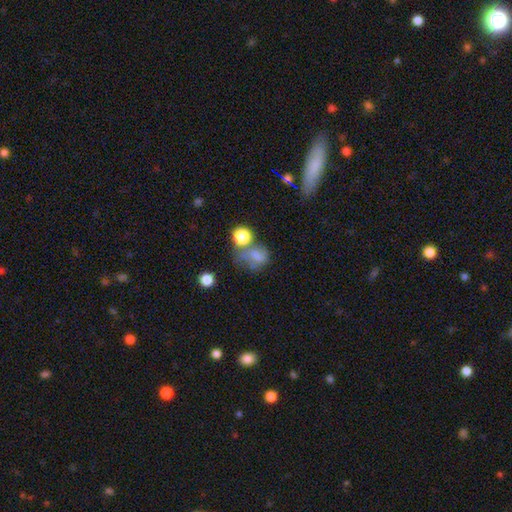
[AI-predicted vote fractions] The model was most divided on "merging": none: 32%, merger: 29%, major disturbance: 21%, minor disturbance: 18%. More confident: smooth or featured — smooth (70%); how rounded — round (52%).